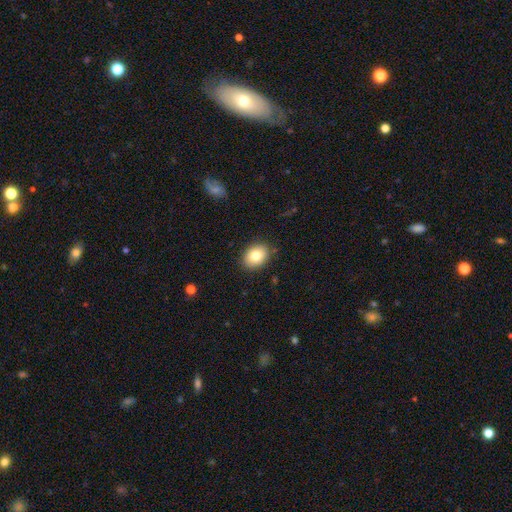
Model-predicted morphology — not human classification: This is clearly a smooth galaxy (81%). How rounded: likely in between (65%). Merging: clearly none (87%).